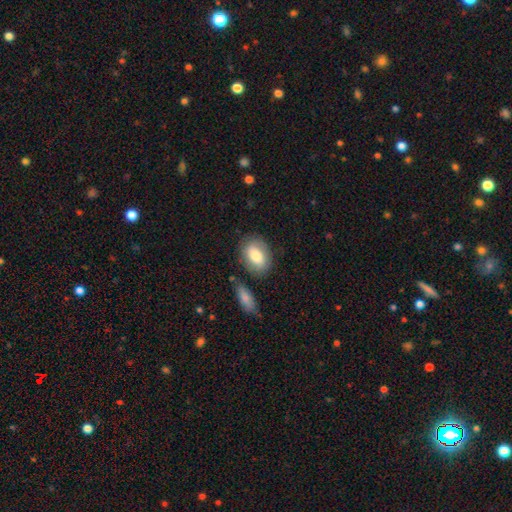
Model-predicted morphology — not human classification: type=smooth (79%); roundness=in between (85%); merging=none (75%).